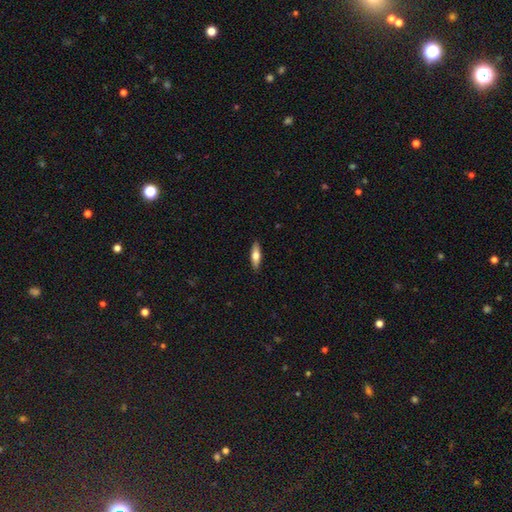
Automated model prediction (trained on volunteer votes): smooth_or_featured: smooth (p=0.65) [alt: featured or disk p=0.29]
how_rounded: in between (p=0.52) [alt: cigar-shaped p=0.46]
merging: none (p=0.89) [alt: minor disturbance p=0.08]